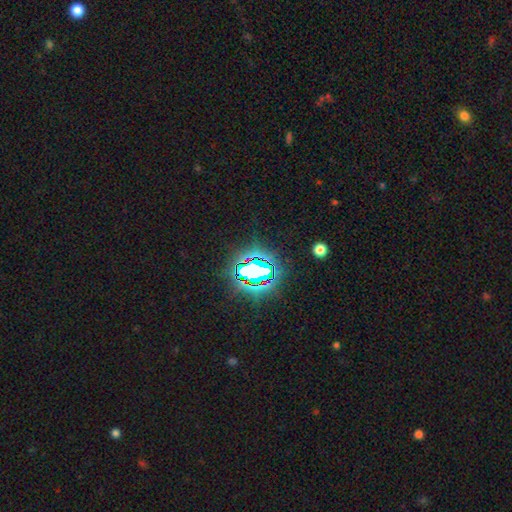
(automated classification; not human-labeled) This appears to be a star or artifact, not a galaxy (82%).